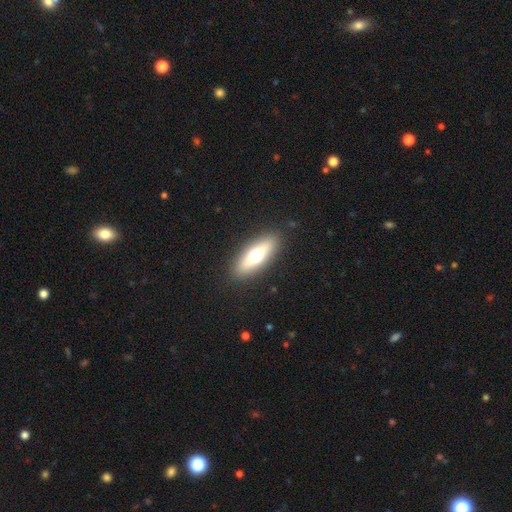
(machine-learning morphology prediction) smooth_or_featured: smooth (p=0.59) [alt: featured or disk p=0.34]
how_rounded: in between (p=0.58) [alt: cigar-shaped p=0.39]
merging: none (p=0.89) [alt: minor disturbance p=0.08]